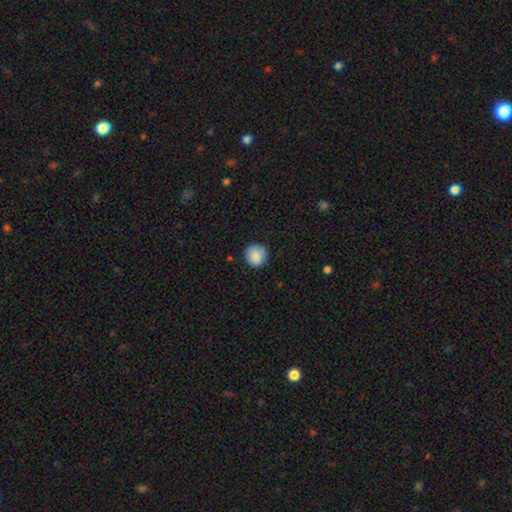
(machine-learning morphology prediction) This is clearly a smooth galaxy (88%). How rounded: clearly round (94%). Merging: clearly none (88%).